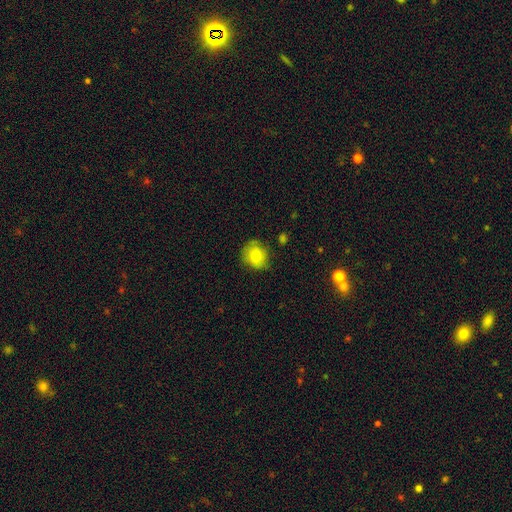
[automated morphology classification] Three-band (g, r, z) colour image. It shows a smooth galaxy with no disk features (79%) that is round (75%). Merging: none (70%).